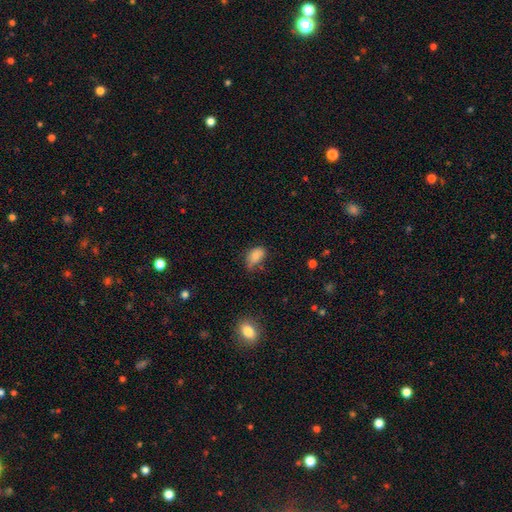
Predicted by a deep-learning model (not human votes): This is clearly a smooth galaxy (81%). How rounded: clearly in between (89%). Merging: possibly none (47%).